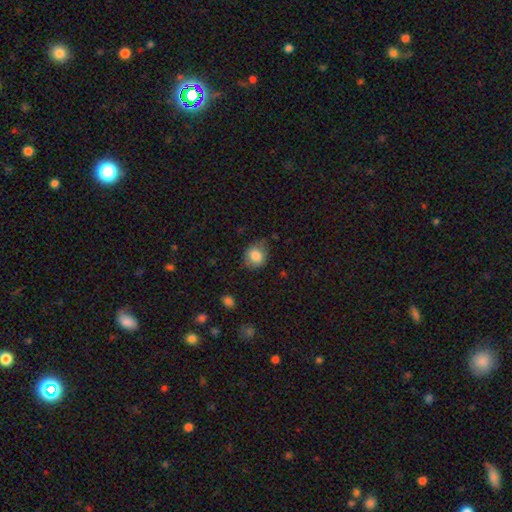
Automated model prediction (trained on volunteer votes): smooth-or-featured: smooth: 83% | star or artifact: 9% | featured or disk: 9%
  how-rounded: round: 67% | in between: 32% | cigar-shaped: 1%
  merging: none: 73% | minor disturbance: 20% | major disturbance: 5% | merger: 2%